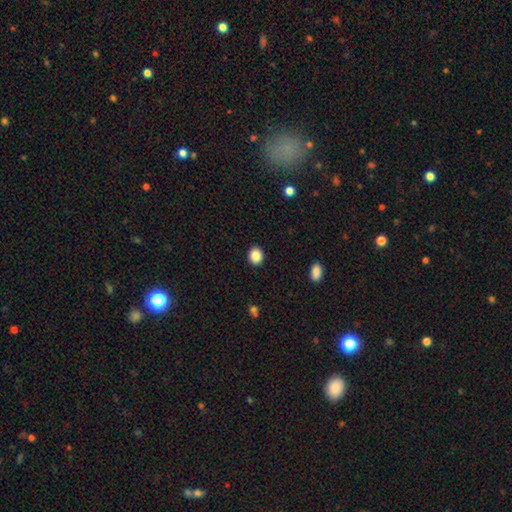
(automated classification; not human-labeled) smooth 87%, star or artifact 9%, featured or disk 4%. Down the decision tree: how rounded — round (66%); merging — none (91%).